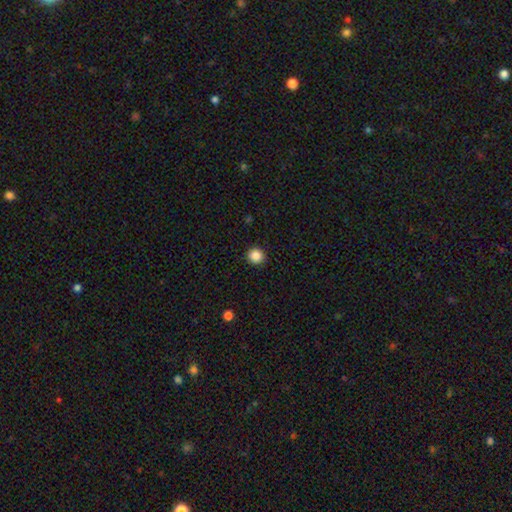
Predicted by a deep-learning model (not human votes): Smooth or featured? smooth (87%)
How rounded? round (93%)
Merging? none (92%)